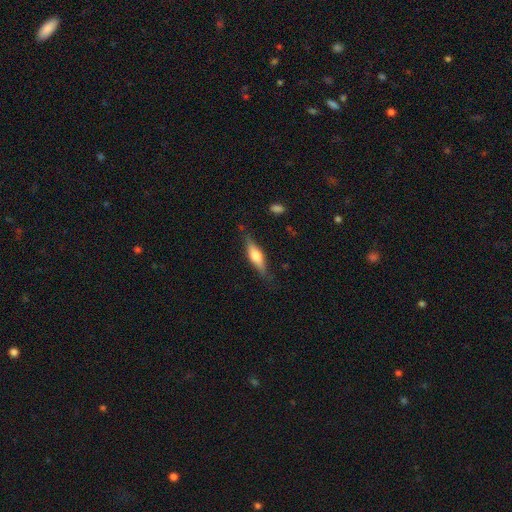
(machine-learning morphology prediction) Smooth or featured? featured or disk (48%)
Merging? none (79%)